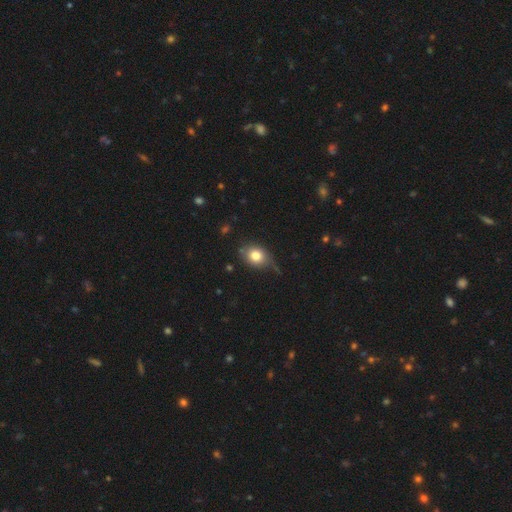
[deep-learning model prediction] The model was most divided on "how rounded": in between: 54%, round: 45%, cigar-shaped: 1%. More confident: smooth or featured — smooth (79%); merging — none (64%).